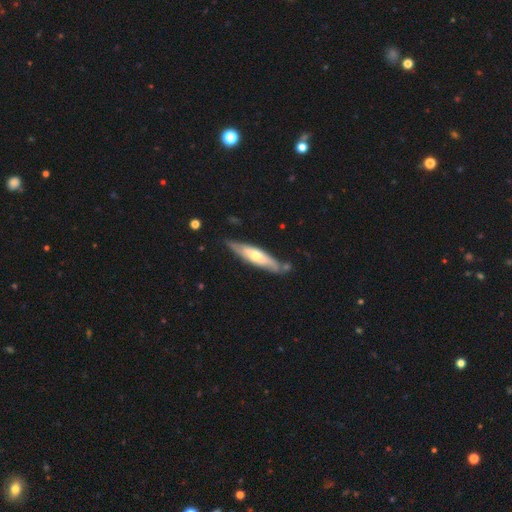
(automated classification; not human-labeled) Smooth or featured? Predicted: featured or disk (p=0.51). Edge-on disk? Predicted: yes (p=0.69). Merging? Predicted: none (p=0.75).